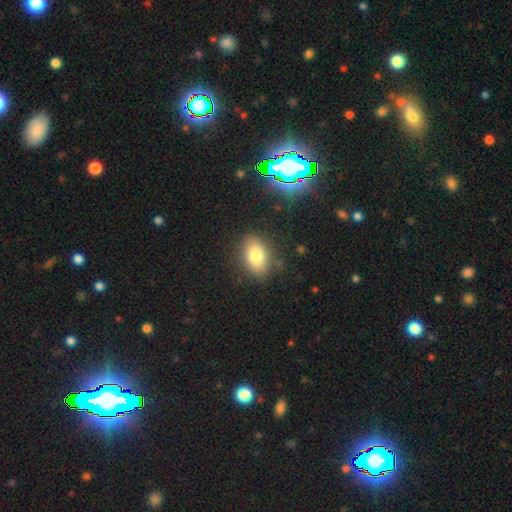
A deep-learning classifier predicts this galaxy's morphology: Q: Smooth or featured?
A: smooth (80%); runner-up: featured or disk (11%)
Q: How rounded?
A: in between (85%); runner-up: round (12%)
Q: Merging?
A: none (81%); runner-up: minor disturbance (13%)